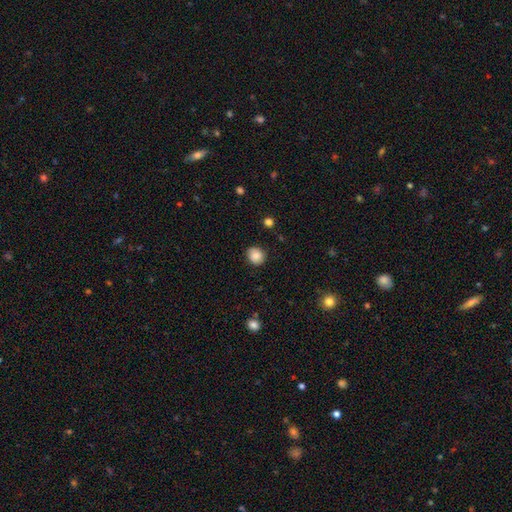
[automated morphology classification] Smooth or featured? Predicted: smooth (p=0.84). How rounded? Predicted: round (p=0.75). Merging? Predicted: none (p=0.83).